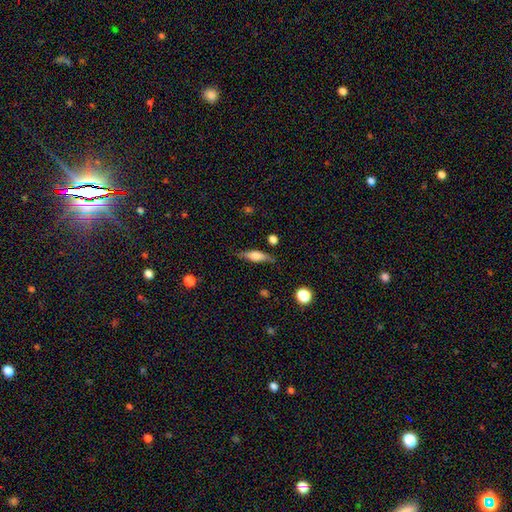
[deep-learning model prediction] The model was most divided on "how rounded": cigar-shaped: 53%, in between: 44%, round: 3%. More confident: merging — none (74%); smooth or featured — smooth (57%).